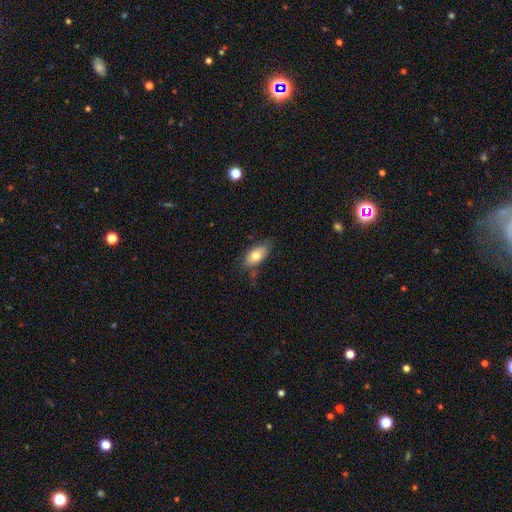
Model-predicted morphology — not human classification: The model was most divided on "merging": none: 69%, minor disturbance: 23%, major disturbance: 5%, merger: 3%. More confident: how rounded — in between (89%); smooth or featured — smooth (73%).